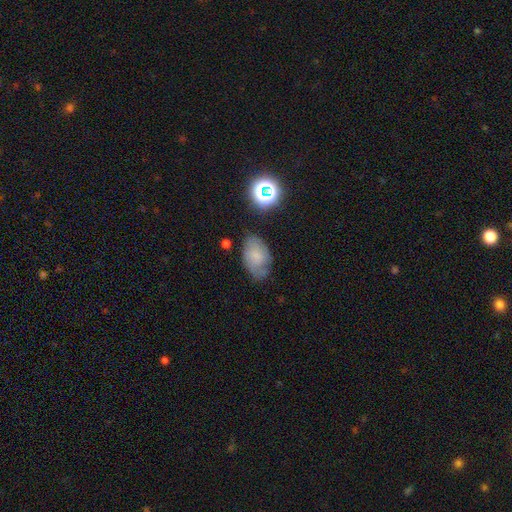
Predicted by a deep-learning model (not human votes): A smooth galaxy with no disk features (54%) that is in between round and cigar-shaped (86%).

Vote fractions:
- Smooth or featured? smooth: 54% / featured or disk: 32% / star or artifact: 14%
- How rounded? in between: 86% / round: 12% / cigar-shaped: 1%
- Merging? none: 61% / minor disturbance: 26% / major disturbance: 9% / merger: 4%